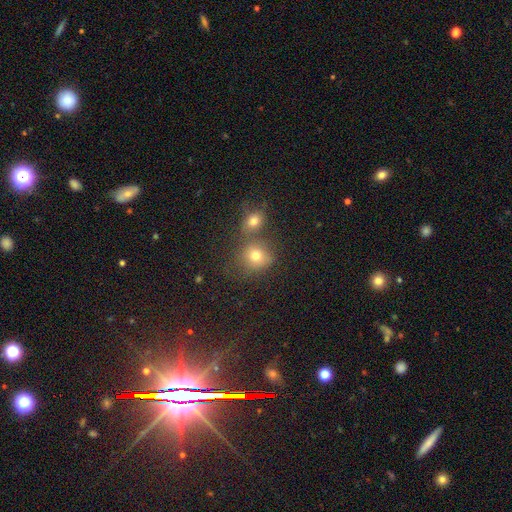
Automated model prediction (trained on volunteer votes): Q: Smooth or featured?
A: smooth (75%); runner-up: star or artifact (15%)
Q: How rounded?
A: round (75%); runner-up: in between (24%)
Q: Merging?
A: none (51%); runner-up: merger (33%)